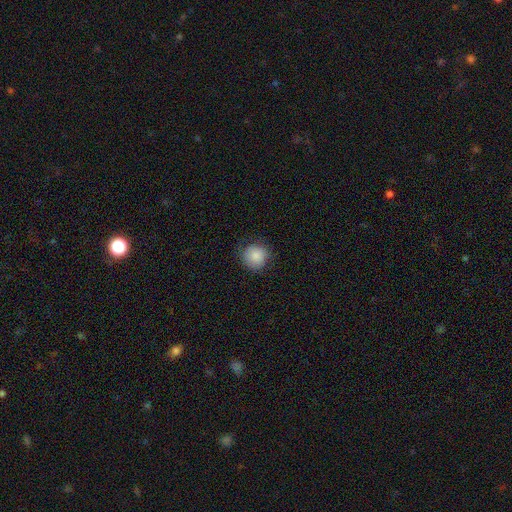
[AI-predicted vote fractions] The model was most divided on "merging": none: 79%, minor disturbance: 16%, major disturbance: 4%, merger: 1%. More confident: how rounded — round (91%); smooth or featured — smooth (86%).